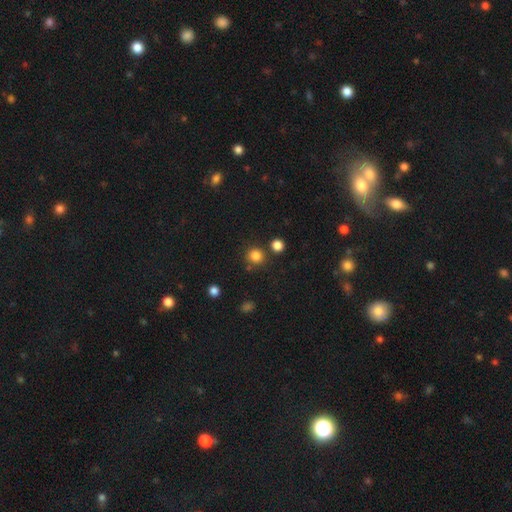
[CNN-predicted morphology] Q: Smooth or featured?
A: smooth (82%); runner-up: star or artifact (13%)
Q: How rounded?
A: round (89%); runner-up: in between (10%)
Q: Merging?
A: none (80%); runner-up: merger (9%)